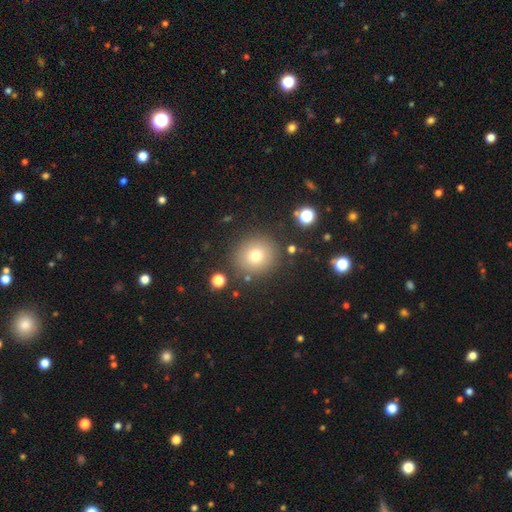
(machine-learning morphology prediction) Smooth or featured?
  - smooth: 74% *
  - star or artifact: 14%
  - featured or disk: 12%
How rounded?
  - round: 92% *
  - in between: 7%
  - cigar-shaped: 1%
Merging?
  - none: 85% *
  - minor disturbance: 8%
  - merger: 4%
  - major disturbance: 3%